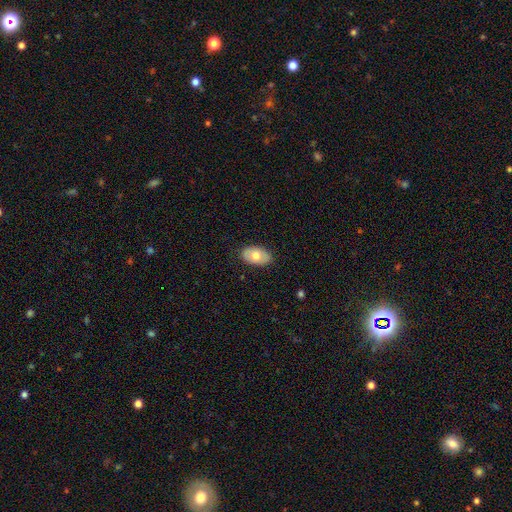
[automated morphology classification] Smooth or featured: smooth — 67% (featured or disk — 27%)
How rounded: in between — 91% (round — 7%)
Merging: none — 85% (minor disturbance — 12%)